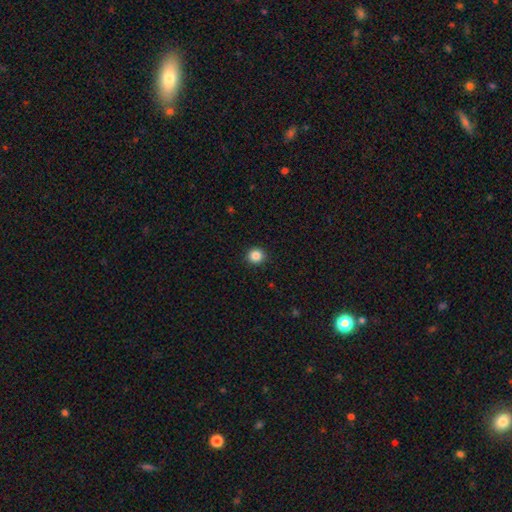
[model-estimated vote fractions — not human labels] Smooth or featured? smooth (85%)
How rounded? round (93%)
Merging? none (93%)